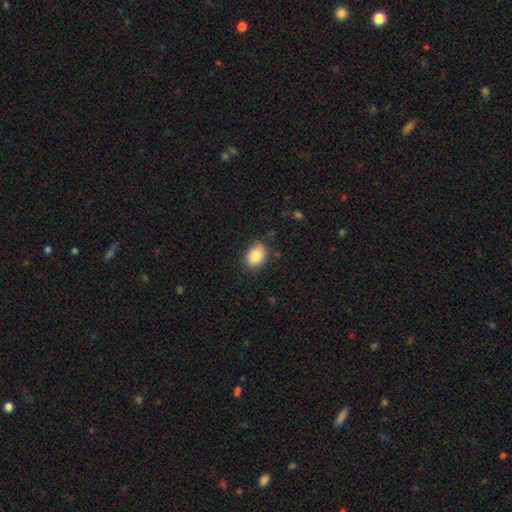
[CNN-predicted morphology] Smooth or featured? smooth (86%)
How rounded? in between (70%)
Merging? none (79%)